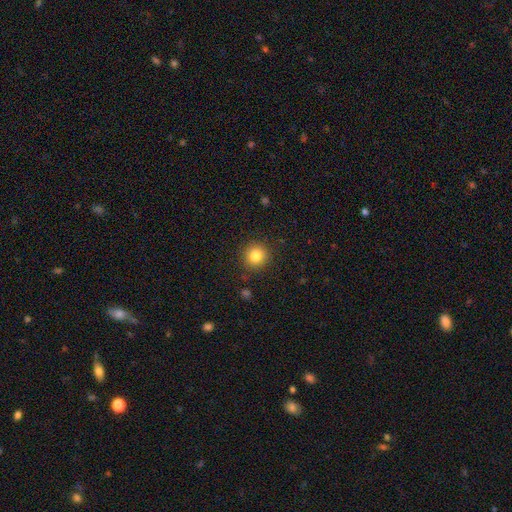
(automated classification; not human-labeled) Smooth or featured? Predicted: smooth (p=0.83). How rounded? Predicted: round (p=0.93). Merging? Predicted: none (p=0.90).